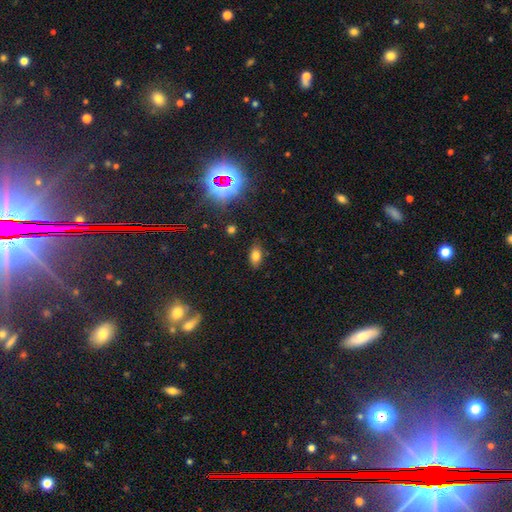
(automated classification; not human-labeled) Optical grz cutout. It shows a smooth galaxy with no disk features (74%) that is in between round and cigar-shaped (87%). Merging: none (82%).